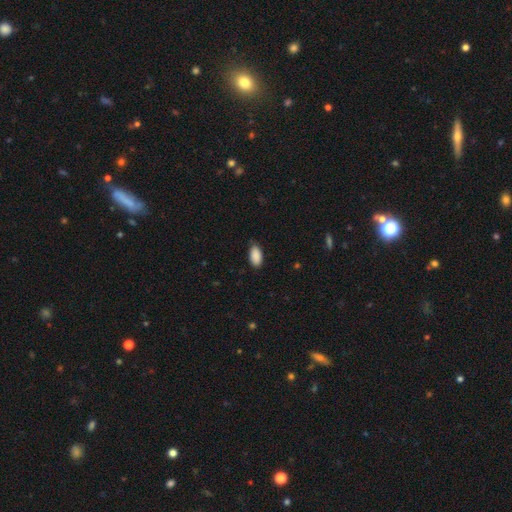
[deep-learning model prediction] Smooth or featured? smooth (90%)
How rounded? in between (93%)
Merging? none (81%)